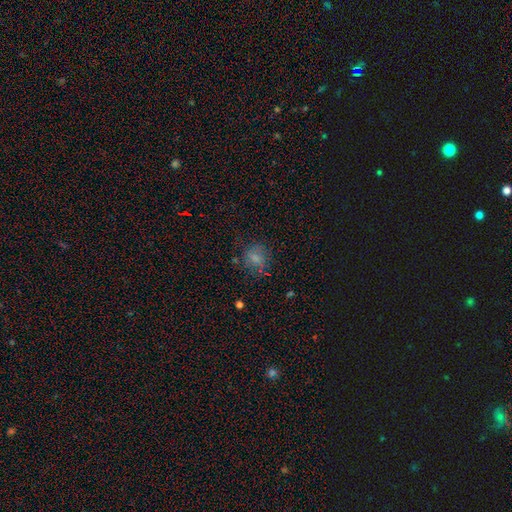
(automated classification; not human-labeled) smooth 63%, star or artifact 21%, featured or disk 16%. Down the decision tree: how rounded — round (66%); merging — none (73%).